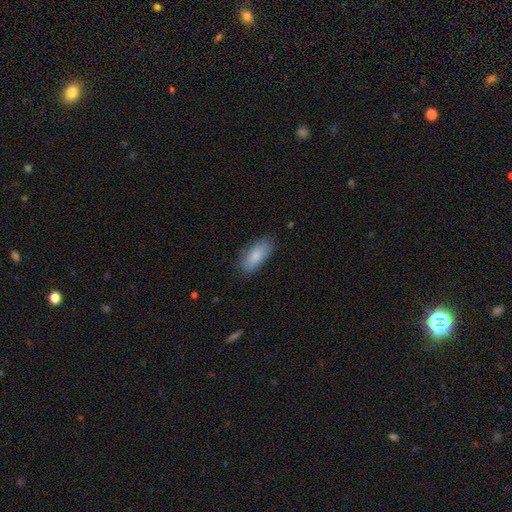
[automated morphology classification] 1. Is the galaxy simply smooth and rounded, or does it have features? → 84% smooth, 10% featured or disk, 6% star or artifact.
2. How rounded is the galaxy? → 86% in between, 12% cigar-shaped, 2% round.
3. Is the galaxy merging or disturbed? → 78% none, 17% minor disturbance, 4% major disturbance, 1% merger.